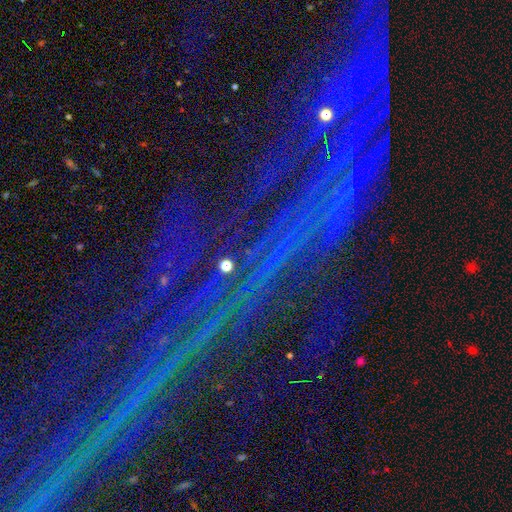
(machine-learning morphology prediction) Q: Smooth or featured?
A: star or artifact (85%); runner-up: featured or disk (9%)